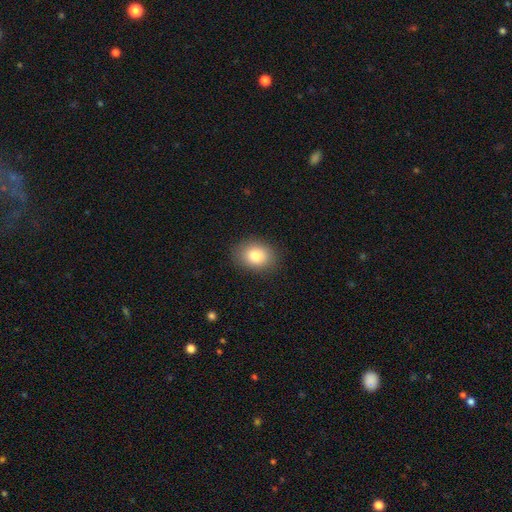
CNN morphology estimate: Q: Smooth or featured?
A: smooth (82%); runner-up: star or artifact (9%)
Q: How rounded?
A: in between (65%); runner-up: round (34%)
Q: Merging?
A: none (88%); runner-up: minor disturbance (9%)